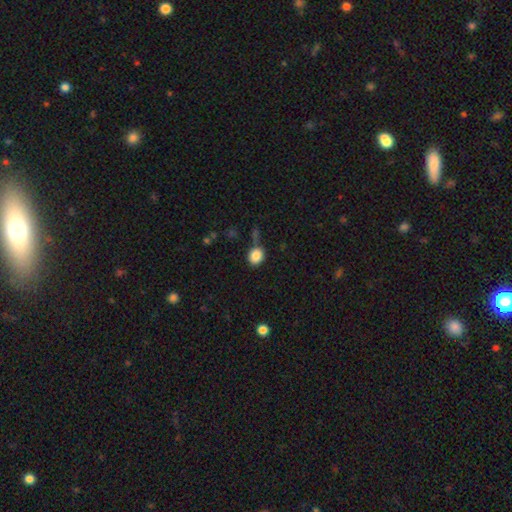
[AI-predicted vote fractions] This is clearly a smooth galaxy (86%). How rounded: likely round (73%). Merging: likely none (66%).